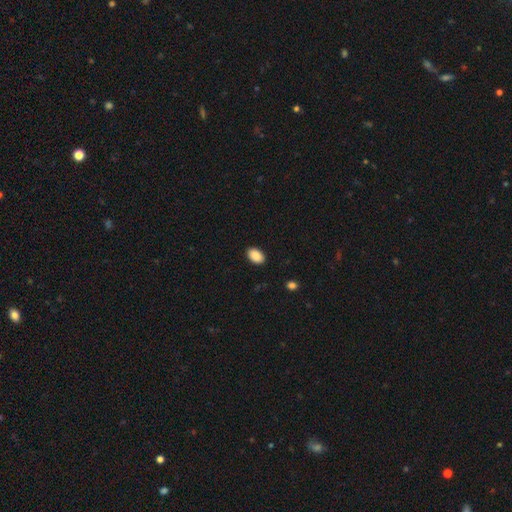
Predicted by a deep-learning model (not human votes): Overall: smooth (90%). How rounded: in between (90%). Merging: none (90%).